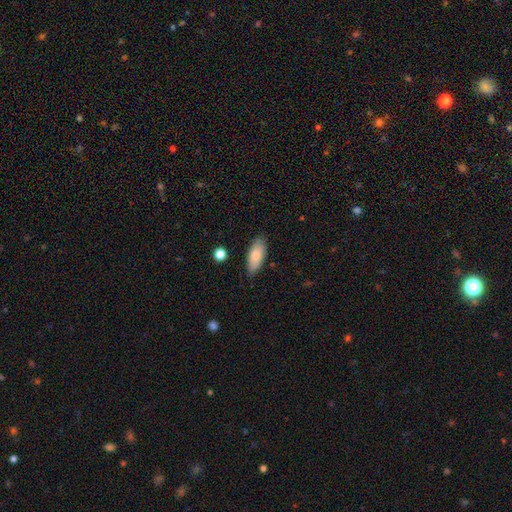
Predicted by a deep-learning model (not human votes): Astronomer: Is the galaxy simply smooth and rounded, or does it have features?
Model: smooth — 83%.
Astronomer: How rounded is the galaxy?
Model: in between — 85%.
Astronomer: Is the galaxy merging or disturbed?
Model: none — 80%.